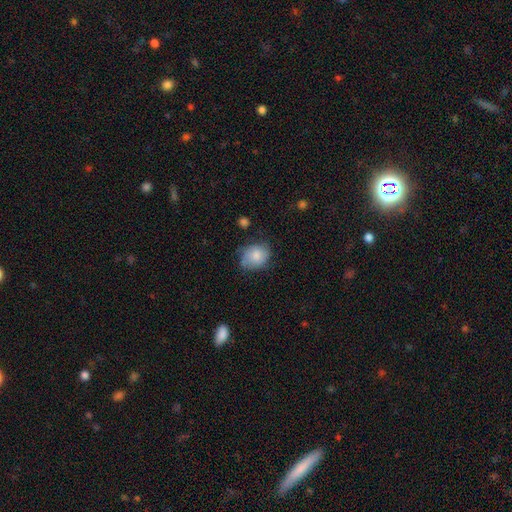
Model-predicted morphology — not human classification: Smooth or featured? smooth (76%)
How rounded? round (52%)
Merging? none (57%)